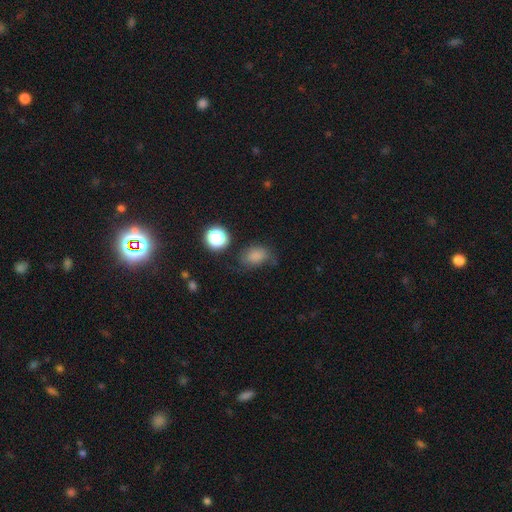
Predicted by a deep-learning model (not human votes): smooth 75%, star or artifact 15%, featured or disk 11%. Down the decision tree: how rounded — in between (71%); merging — none (49%).